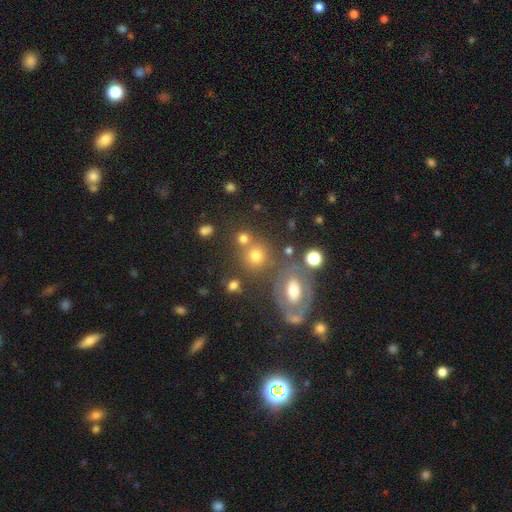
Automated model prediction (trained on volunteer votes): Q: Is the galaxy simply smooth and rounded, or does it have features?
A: smooth — 63%.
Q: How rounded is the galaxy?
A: round — 78%.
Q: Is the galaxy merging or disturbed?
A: none — 60%.